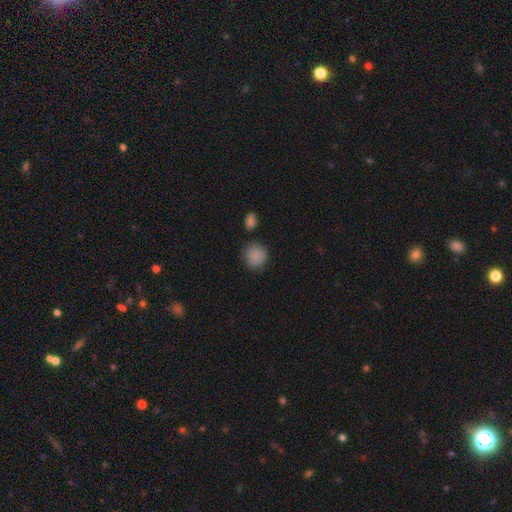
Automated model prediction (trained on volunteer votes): smooth_or_featured: smooth (p=0.87) [alt: star or artifact p=0.08]
how_rounded: round (p=0.87) [alt: in between p=0.12]
merging: none (p=0.81) [alt: minor disturbance p=0.11]